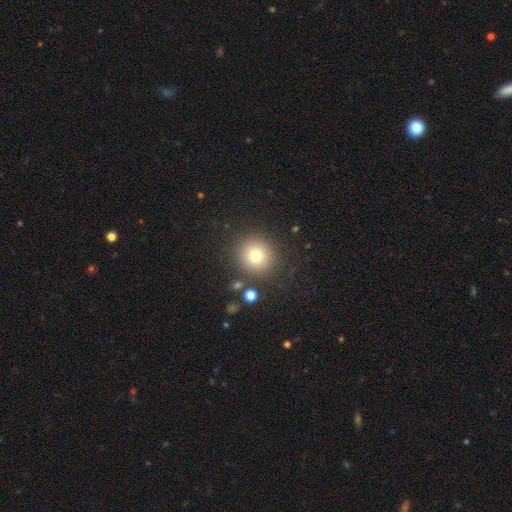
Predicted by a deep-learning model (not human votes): smooth 76%, star or artifact 14%, featured or disk 10%. Down the decision tree: how rounded — round (91%); merging — none (86%).